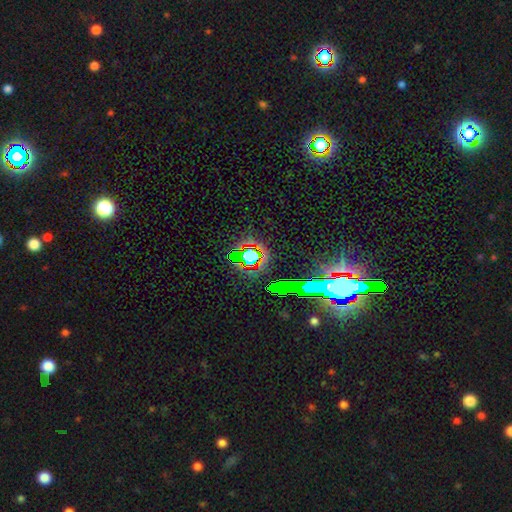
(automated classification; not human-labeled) star or artifact 62%, smooth 22%, featured or disk 15%.